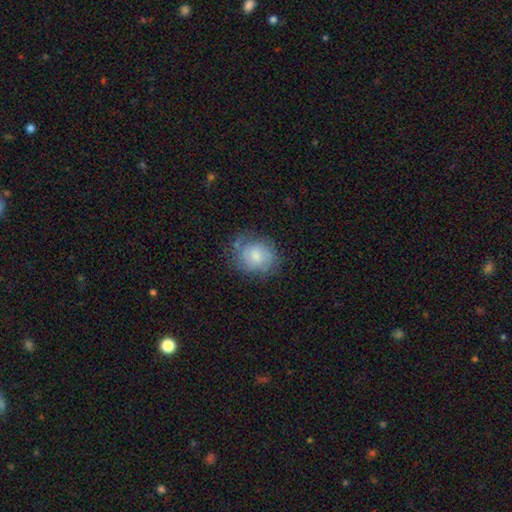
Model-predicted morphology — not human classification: This appears to be a smooth galaxy with no disk features (60%) that is round (61%). Merging: none (60%).